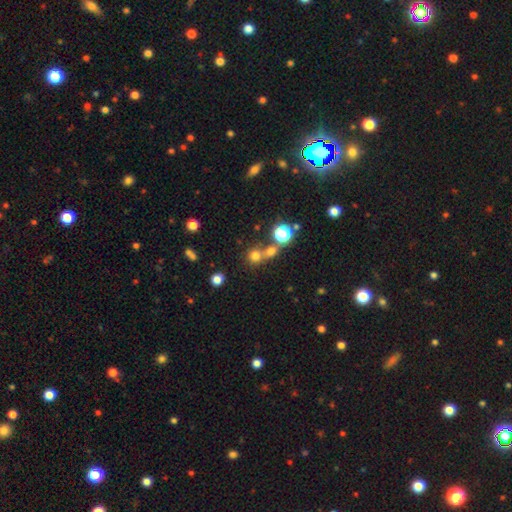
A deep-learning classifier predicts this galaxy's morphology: smooth-or-featured: smooth: 69% | star or artifact: 22% | featured or disk: 9%
  how-rounded: round: 88% | in between: 11% | cigar-shaped: 1%
  merging: none: 53% | merger: 35% | minor disturbance: 8% | major disturbance: 4%